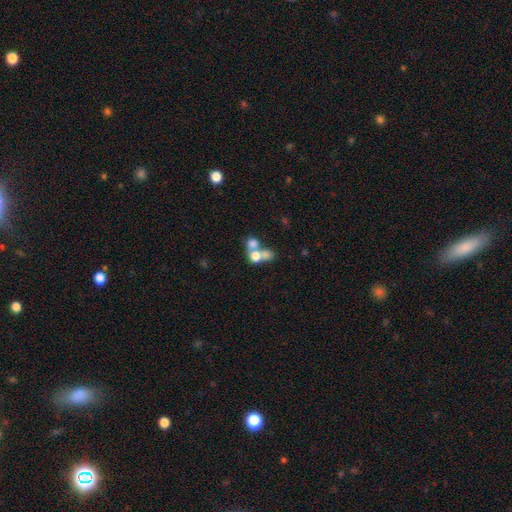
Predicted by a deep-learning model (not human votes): smooth-or-featured: smooth: 66% | featured or disk: 21% | star or artifact: 13%
  how-rounded: round: 66% | in between: 32% | cigar-shaped: 2%
  merging: merger: 65% | none: 24% | minor disturbance: 6% | major disturbance: 6%